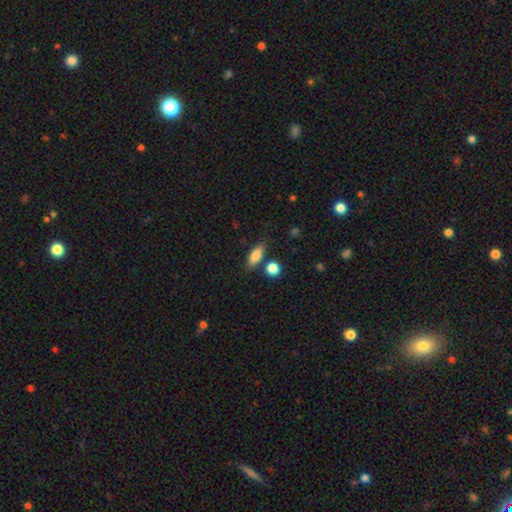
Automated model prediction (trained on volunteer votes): A smooth galaxy with no disk features (83%) that is in between round and cigar-shaped (72%).

Vote fractions:
- Smooth or featured? smooth: 83% / featured or disk: 9% / star or artifact: 8%
- How rounded? in between: 72% / cigar-shaped: 21% / round: 7%
- Merging? none: 75% / minor disturbance: 14% / merger: 7% / major disturbance: 4%